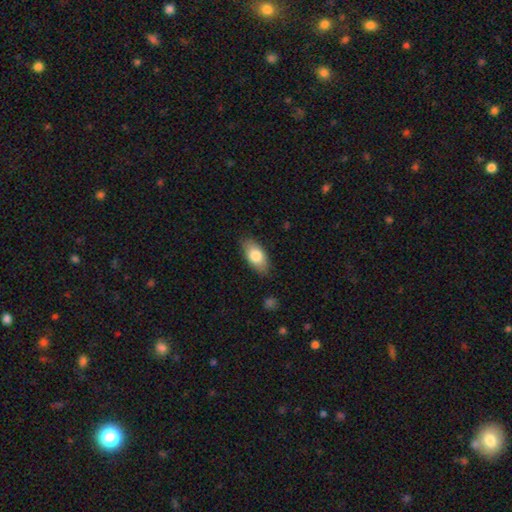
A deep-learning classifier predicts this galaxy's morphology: smooth-or-featured: smooth: 79% | featured or disk: 14% | star or artifact: 6%
  how-rounded: in between: 90% | cigar-shaped: 7% | round: 4%
  merging: none: 83% | minor disturbance: 13% | major disturbance: 3% | merger: 1%